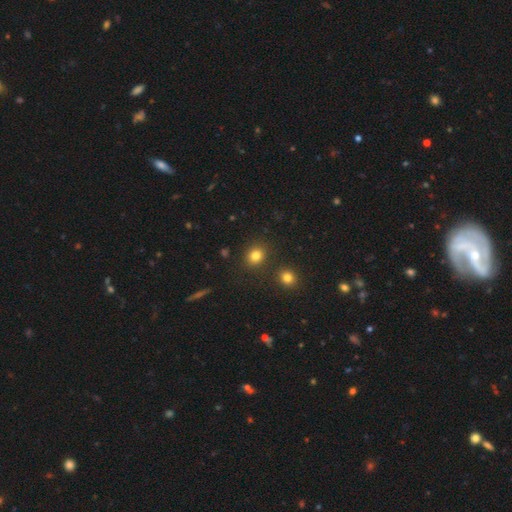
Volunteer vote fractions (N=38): Overall: smooth (89%). How rounded: round (85%). Merging: none (91%).